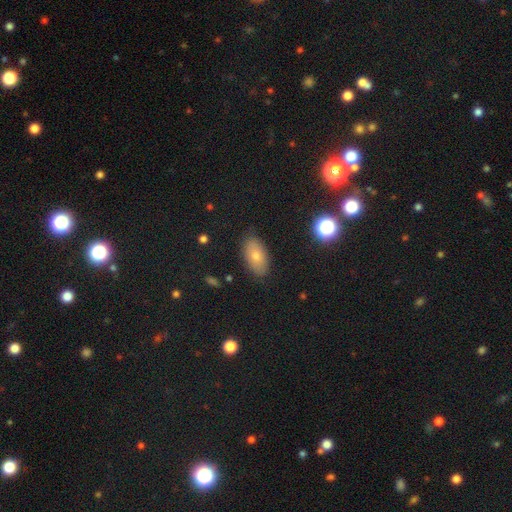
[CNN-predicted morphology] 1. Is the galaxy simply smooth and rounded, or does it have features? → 69% smooth, 18% featured or disk, 14% star or artifact.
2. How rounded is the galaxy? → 91% in between, 6% round, 3% cigar-shaped.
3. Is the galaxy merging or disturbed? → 86% none, 10% minor disturbance, 3% major disturbance, 1% merger.